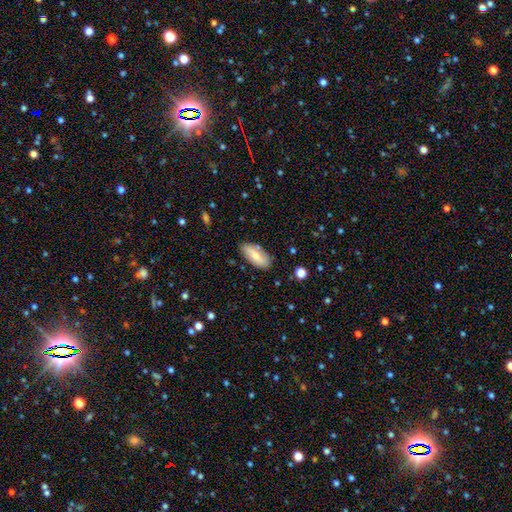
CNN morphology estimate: Q: Smooth or featured?
A: smooth (73%); runner-up: featured or disk (21%)
Q: How rounded?
A: in between (87%); runner-up: cigar-shaped (11%)
Q: Merging?
A: none (78%); runner-up: minor disturbance (16%)